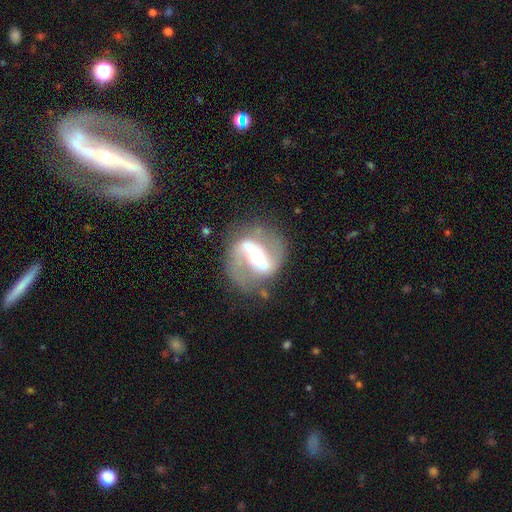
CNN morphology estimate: type=featured or disk (84%); edge-on=no (95%); bar=strong (60%); spiral arms=yes (82%); winding=medium (46%); arm count=2 (89%); bulge=moderate (64%); merging=none (71%).